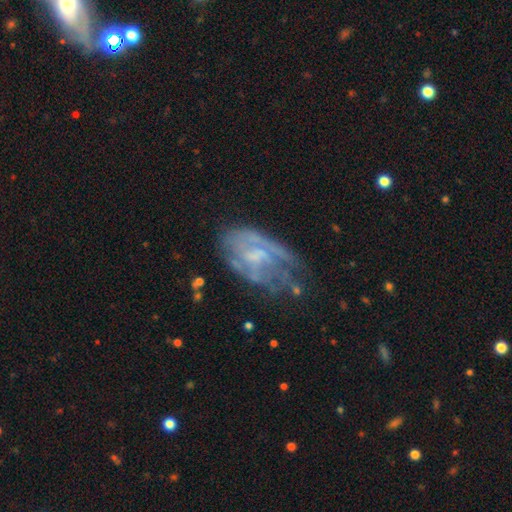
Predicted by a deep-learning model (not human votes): Smooth or featured? Predicted: featured or disk (p=0.72). Edge-on disk? Predicted: no (p=0.96). Bar? Predicted: no (p=0.54). Spiral arms? Predicted: yes (p=0.65). Bulge size? Predicted: none (p=0.34, tied with small). Merging? Predicted: none (p=0.41).